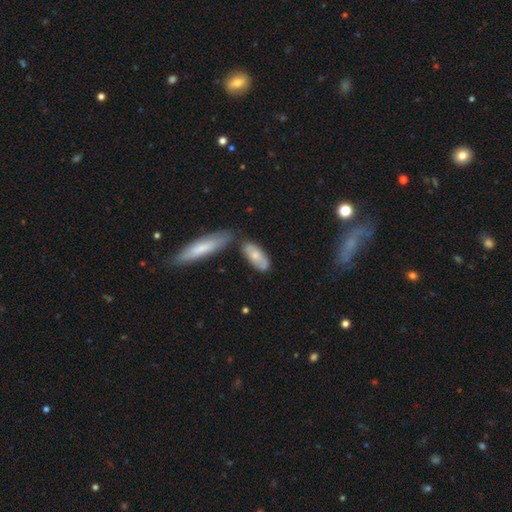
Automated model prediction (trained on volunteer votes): This is likely a smooth galaxy (64%). How rounded: likely in between (76%). Merging: possibly none (57%).